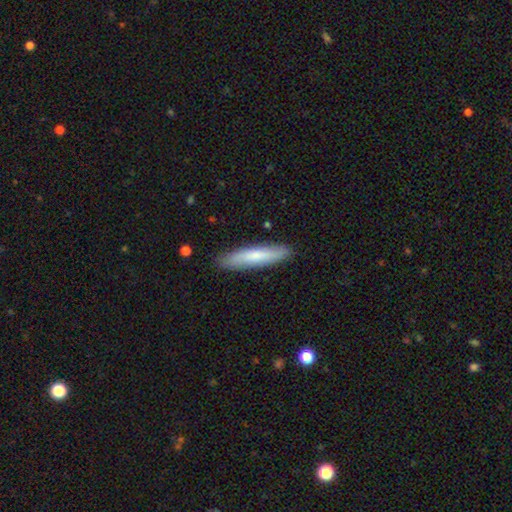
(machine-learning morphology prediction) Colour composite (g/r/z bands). It shows a smooth galaxy with no disk features (70%) that is cigar-shaped (84%). Merging: none (88%).